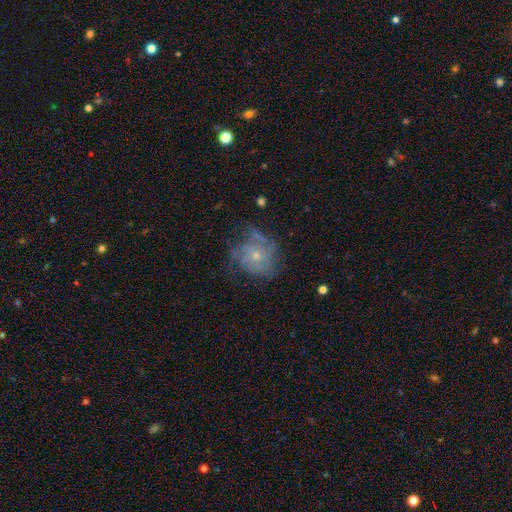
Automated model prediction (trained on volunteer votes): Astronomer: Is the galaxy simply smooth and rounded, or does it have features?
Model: featured or disk — 70%.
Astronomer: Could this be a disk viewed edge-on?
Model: no — 98%.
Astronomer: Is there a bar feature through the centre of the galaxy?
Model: no — 82%.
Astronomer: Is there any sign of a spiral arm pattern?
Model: yes — 83%.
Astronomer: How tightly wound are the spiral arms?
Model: tight — 47% (runner-up: medium, 37%).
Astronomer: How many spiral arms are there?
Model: can't tell — 38% (runner-up: 3, 23%).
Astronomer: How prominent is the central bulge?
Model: small — 61%.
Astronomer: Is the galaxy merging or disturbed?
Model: none — 54%.